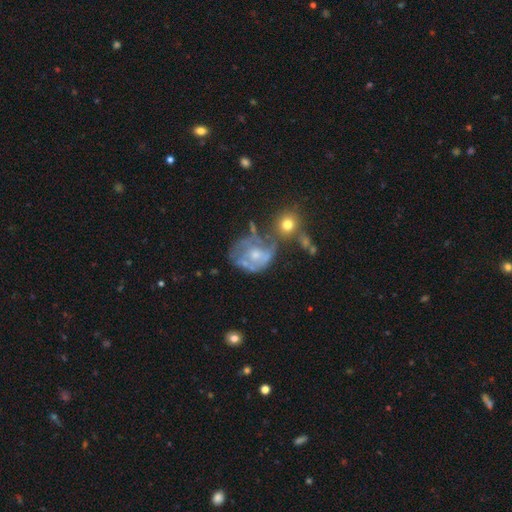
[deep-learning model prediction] featured or disk 65%, smooth 26%, star or artifact 9%. Down the decision tree: edge-on disk — no (98%); bar — no (83%); spiral arms — no (56%); bulge size — moderate (49%); merging — none (29%, tied with major disturbance).